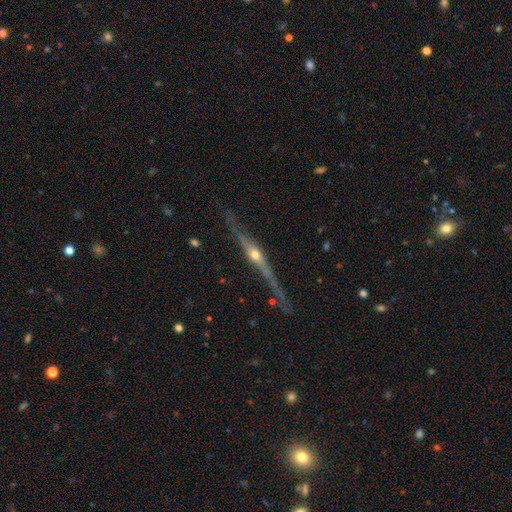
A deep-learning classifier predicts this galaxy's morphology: Overall: featured or disk (88%). Edge-on disk: yes (97%). Edge-on bulge: rounded (92%). Merging: none (81%).